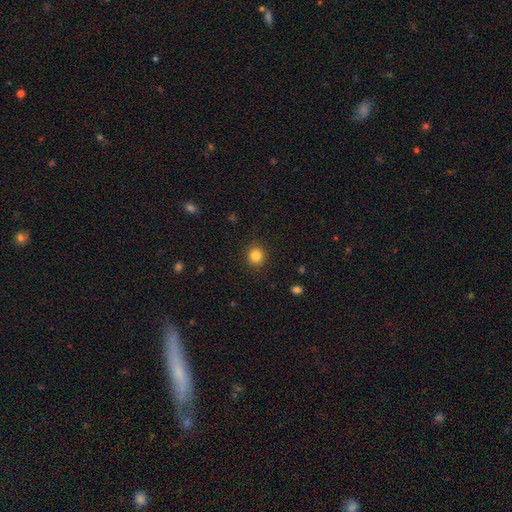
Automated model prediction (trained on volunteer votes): smooth 84%, star or artifact 11%, featured or disk 5%. Down the decision tree: how rounded — round (91%); merging — none (91%).